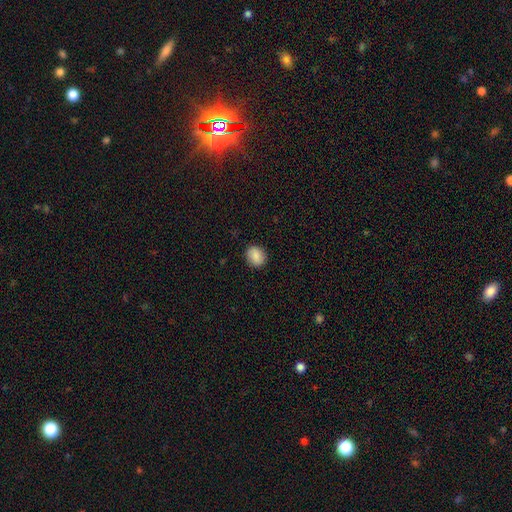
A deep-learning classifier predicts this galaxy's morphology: Smooth or featured: smooth — 85% (star or artifact — 8%)
How rounded: round — 64% (in between — 35%)
Merging: none — 88% (minor disturbance — 9%)